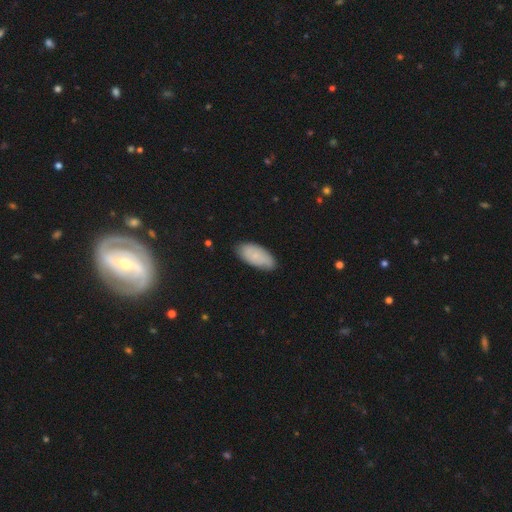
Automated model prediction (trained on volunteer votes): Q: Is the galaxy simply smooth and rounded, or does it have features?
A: smooth — 71%.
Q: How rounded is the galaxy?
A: in between — 91%.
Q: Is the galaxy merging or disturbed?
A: none — 79%.